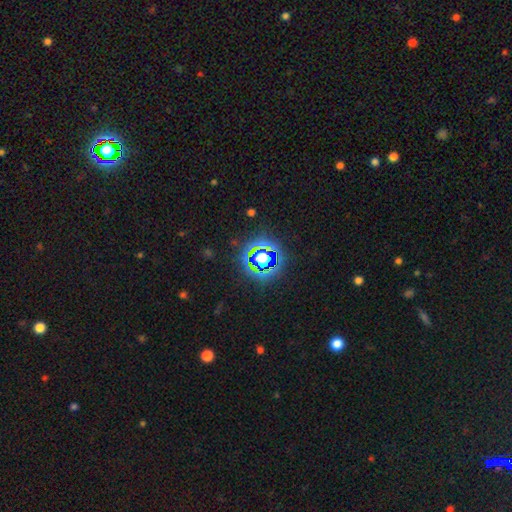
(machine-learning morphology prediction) Smooth or featured? Predicted: star or artifact (p=0.81).